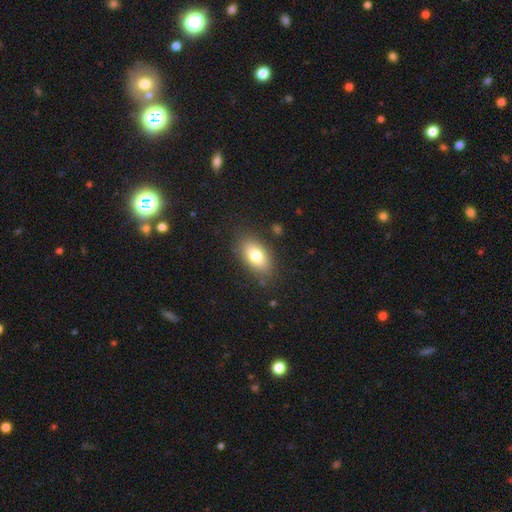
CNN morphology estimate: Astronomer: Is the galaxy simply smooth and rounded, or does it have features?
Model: smooth — 77%.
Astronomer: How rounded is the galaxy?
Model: in between — 90%.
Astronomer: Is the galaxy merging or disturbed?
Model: none — 83%.